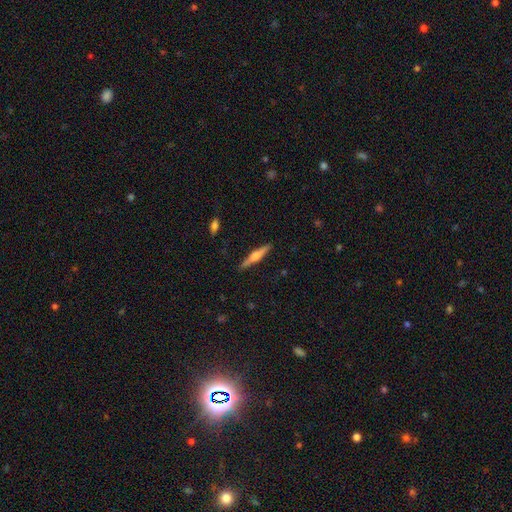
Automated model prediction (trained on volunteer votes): A featured or disk galaxy (63%) viewed edge-on (98%) with a rounded central bulge (85%).

Vote fractions:
- Smooth or featured? featured or disk: 63% / smooth: 32% / star or artifact: 6%
- Edge-on disk? yes: 98% / no: 2%
- Edge-on bulge? rounded: 85% / boxy: 11% / none: 5%
- Merging? none: 89% / minor disturbance: 8% / major disturbance: 2% / merger: 1%